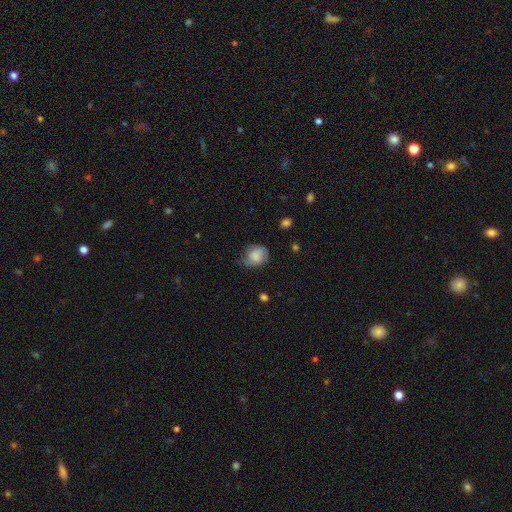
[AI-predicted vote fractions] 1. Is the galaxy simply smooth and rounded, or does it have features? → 58% smooth, 34% featured or disk, 9% star or artifact.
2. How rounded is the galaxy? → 61% round, 38% in between, 1% cigar-shaped.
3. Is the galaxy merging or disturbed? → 58% none, 28% minor disturbance, 12% major disturbance, 2% merger.